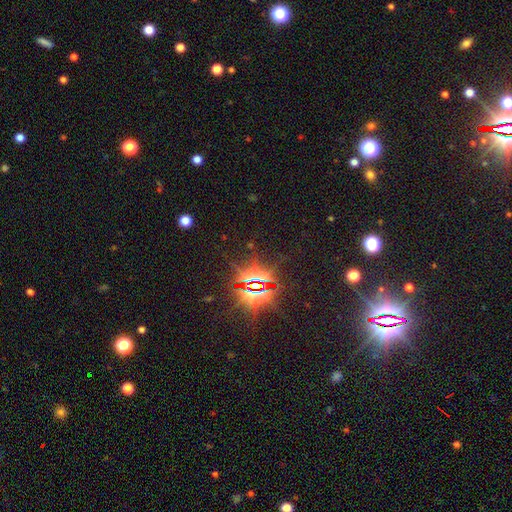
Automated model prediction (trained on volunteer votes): Smooth or featured? star or artifact (83%)